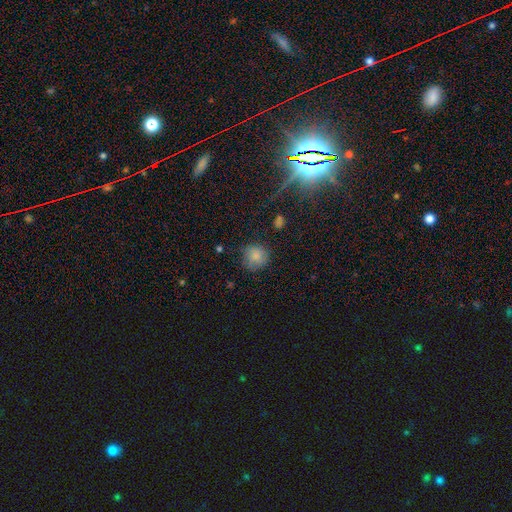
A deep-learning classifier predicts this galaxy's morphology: A smooth galaxy with no disk features (80%) that is round (90%).

Vote fractions:
- Smooth or featured? smooth: 80% / star or artifact: 10% / featured or disk: 9%
- How rounded? round: 90% / in between: 9% / cigar-shaped: 1%
- Merging? none: 74% / minor disturbance: 19% / major disturbance: 5% / merger: 2%